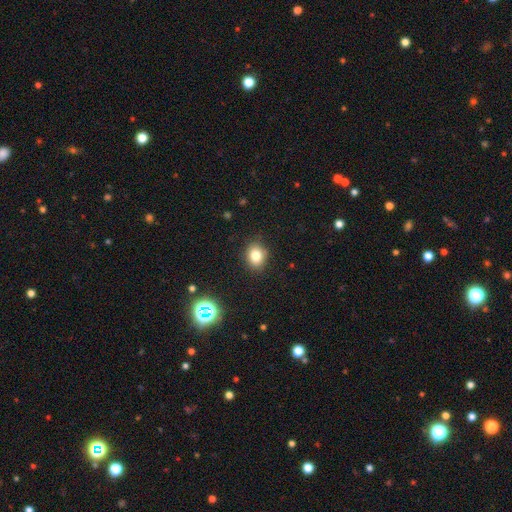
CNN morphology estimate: This appears to be a smooth galaxy with no disk features (79%) that is round (57%). Merging: none (87%).